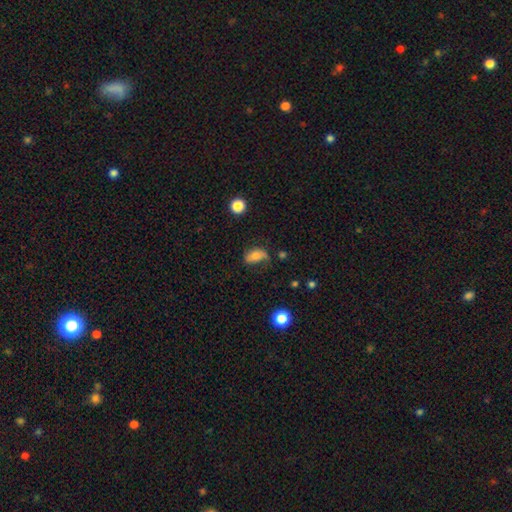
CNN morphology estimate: A smooth galaxy with no disk features (68%) that is in between round and cigar-shaped (86%).

Vote fractions:
- Smooth or featured? smooth: 68% / featured or disk: 22% / star or artifact: 10%
- How rounded? in between: 86% / round: 8% / cigar-shaped: 6%
- Merging? none: 48% / minor disturbance: 32% / major disturbance: 17% / merger: 3%